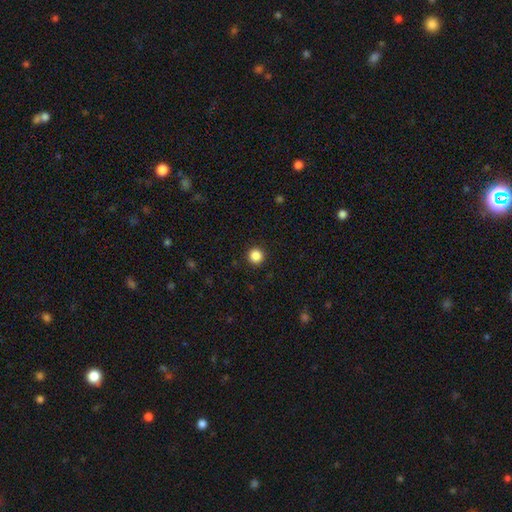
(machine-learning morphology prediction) Smooth or featured?
  - smooth: 86% *
  - star or artifact: 11%
  - featured or disk: 3%
How rounded?
  - round: 95% *
  - in between: 4%
  - cigar-shaped: 1%
Merging?
  - none: 93% *
  - minor disturbance: 4%
  - major disturbance: 2%
  - merger: 1%